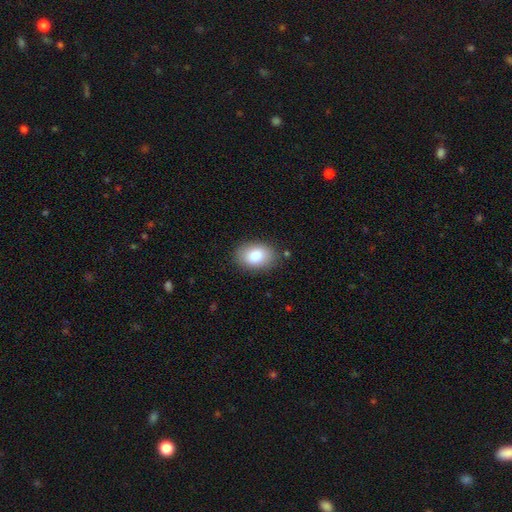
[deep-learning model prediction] The model was most divided on "how rounded": in between: 79%, round: 20%, cigar-shaped: 1%. More confident: merging — none (85%); smooth or featured — smooth (83%).